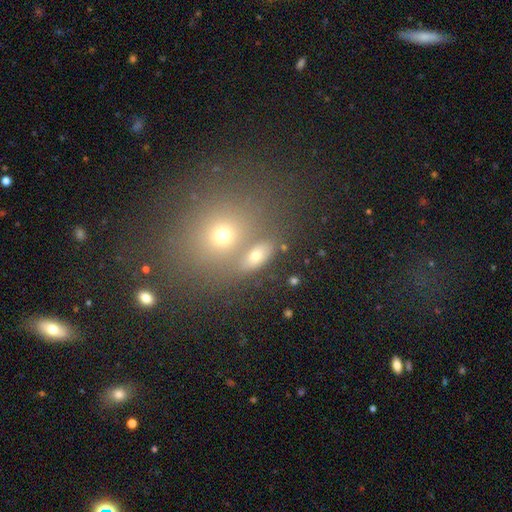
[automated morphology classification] Smooth or featured: smooth — 63% (star or artifact — 19%)
How rounded: in between — 61% (round — 32%)
Merging: none — 61% (merger — 24%)